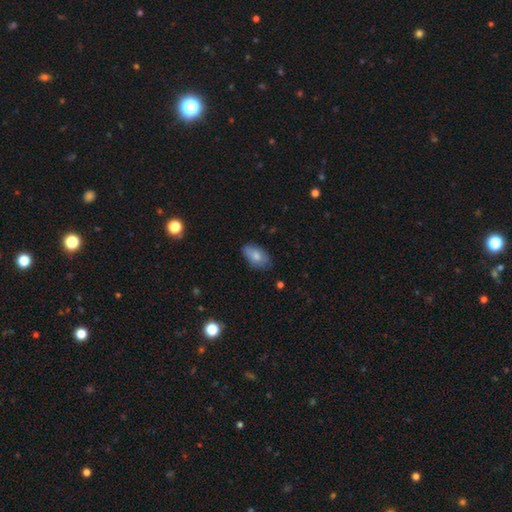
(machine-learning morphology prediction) The model was most divided on "merging": none: 71%, minor disturbance: 23%, major disturbance: 4%, merger: 2%. More confident: how rounded — in between (93%); smooth or featured — smooth (75%).